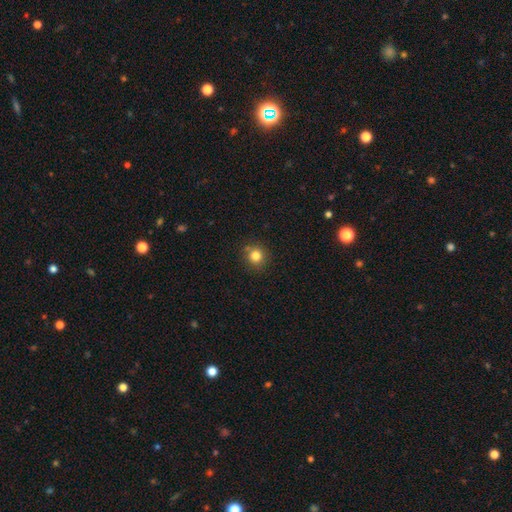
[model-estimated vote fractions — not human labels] A smooth galaxy with no disk features (82%) that is round (92%).

Vote fractions:
- Smooth or featured? smooth: 82% / star or artifact: 12% / featured or disk: 6%
- How rounded? round: 92% / in between: 7% / cigar-shaped: 1%
- Merging? none: 84% / minor disturbance: 9% / merger: 4% / major disturbance: 2%